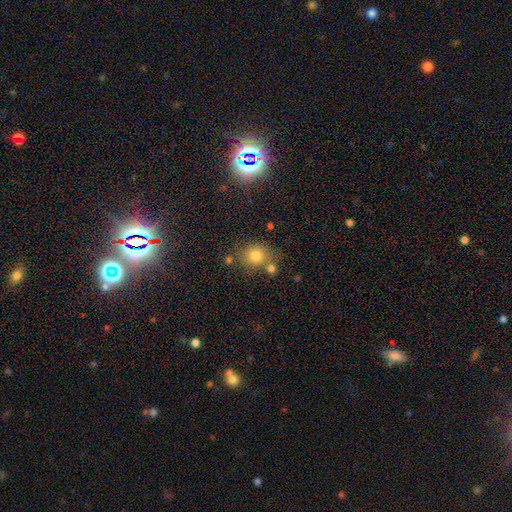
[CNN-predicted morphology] Smooth or featured? smooth (76%)
How rounded? round (70%)
Merging? none (65%)